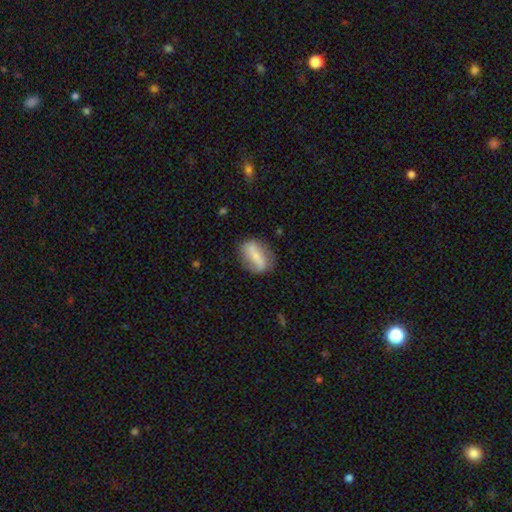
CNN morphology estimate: smooth-or-featured: smooth: 49% | featured or disk: 44% | star or artifact: 7%
  merging: none: 74% | minor disturbance: 18% | major disturbance: 6% | merger: 2%